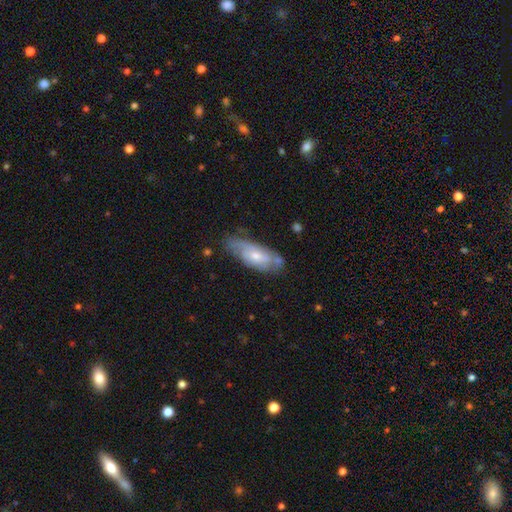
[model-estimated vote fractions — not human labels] featured or disk 52%, smooth 42%, star or artifact 6%. Down the decision tree: edge-on disk — no (81%); merging — none (52%).